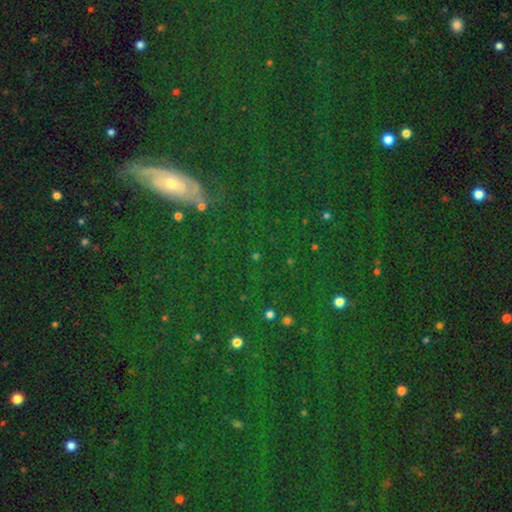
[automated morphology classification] Smooth or featured? Predicted: star or artifact (p=0.58).